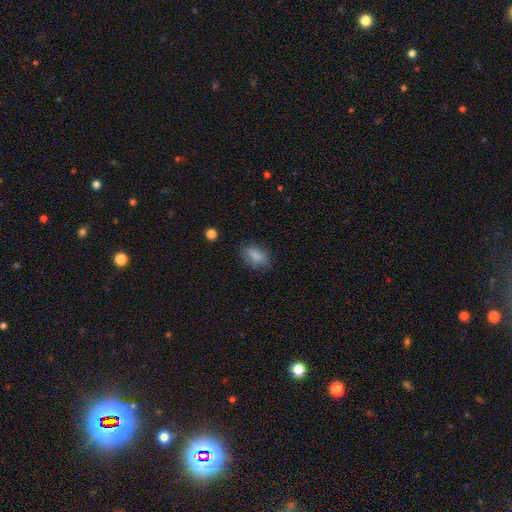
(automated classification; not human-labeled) The model was most divided on "merging": none: 74%, minor disturbance: 19%, major disturbance: 5%, merger: 2%. More confident: how rounded — in between (86%); smooth or featured — smooth (83%).